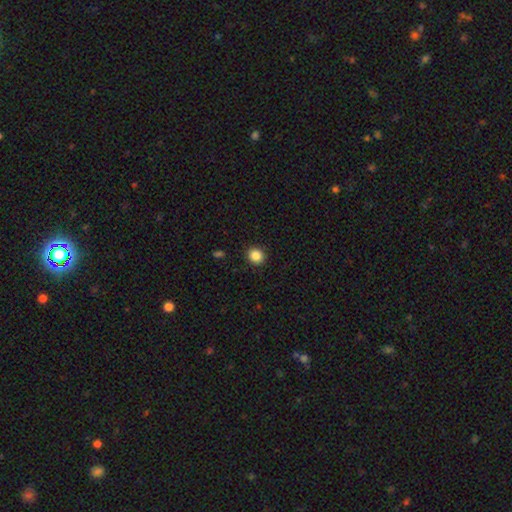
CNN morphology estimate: This is clearly a smooth galaxy (86%). How rounded: clearly round (85%). Merging: clearly none (92%).